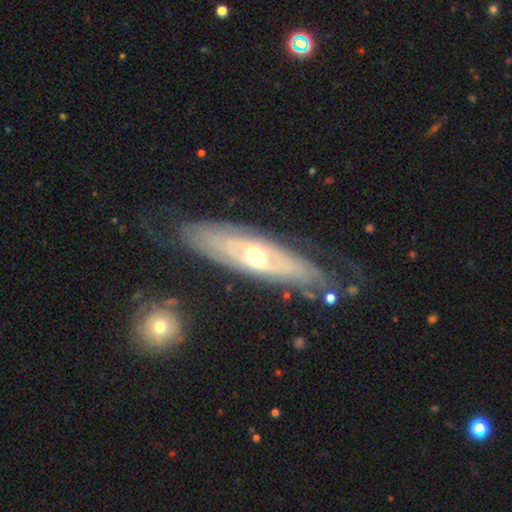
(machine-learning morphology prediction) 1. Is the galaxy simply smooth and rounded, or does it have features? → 81% featured or disk, 14% smooth, 5% star or artifact.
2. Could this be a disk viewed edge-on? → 70% no, 30% yes.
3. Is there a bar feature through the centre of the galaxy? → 62% no, 27% weak, 11% strong.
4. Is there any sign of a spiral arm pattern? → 72% yes, 28% no.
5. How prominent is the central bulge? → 64% moderate, 28% small, 6% large, 1% dominant, 1% none.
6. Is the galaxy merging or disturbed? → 71% none, 19% minor disturbance, 8% major disturbance, 2% merger.